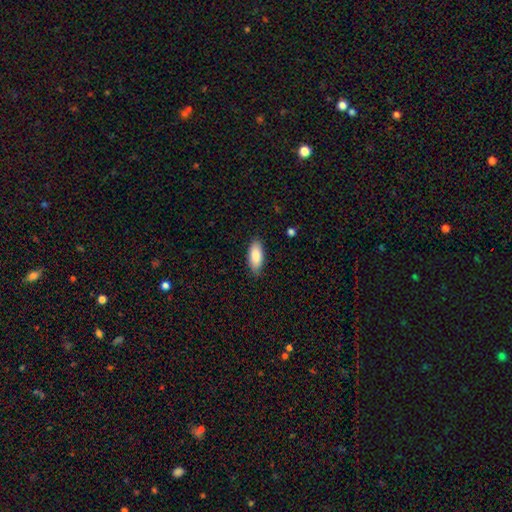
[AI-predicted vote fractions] Smooth or featured? smooth (84%)
How rounded? in between (86%)
Merging? none (85%)